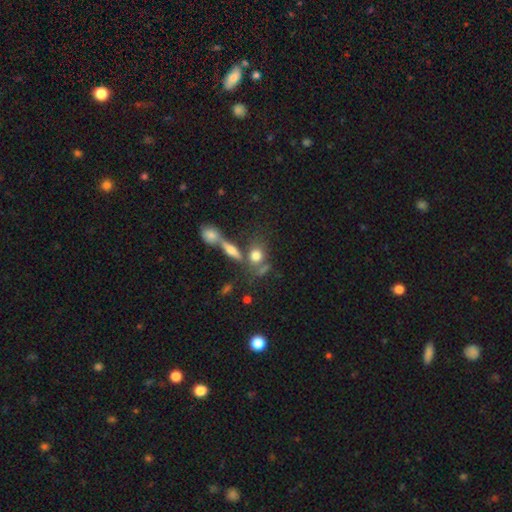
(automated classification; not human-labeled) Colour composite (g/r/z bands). It shows a smooth galaxy with no disk features (71%) that is round (53%). Merging: none (51%).